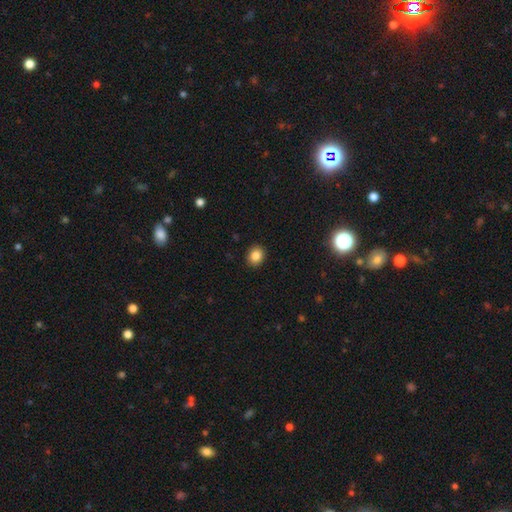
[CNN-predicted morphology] Smooth or featured? smooth (85%)
How rounded? round (68%)
Merging? none (91%)